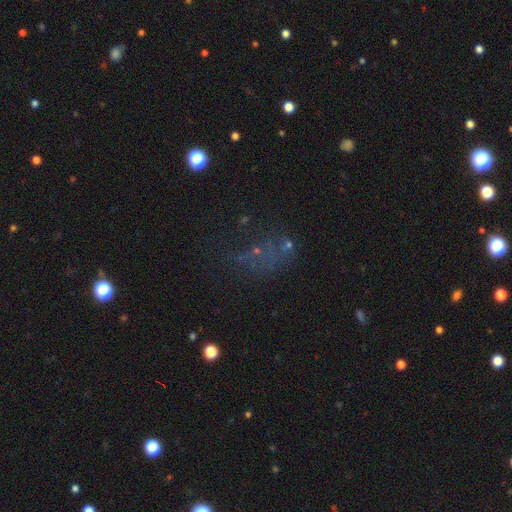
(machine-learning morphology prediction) Smooth or featured? Predicted: star or artifact (p=0.39).